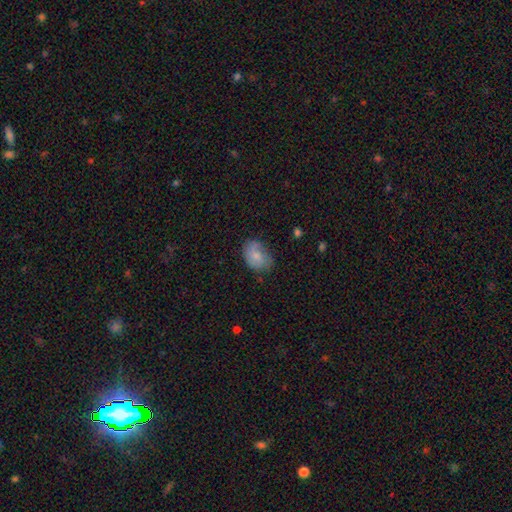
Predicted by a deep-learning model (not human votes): A smooth galaxy with no disk features (71%) that is in between round and cigar-shaped (78%).

Vote fractions:
- Smooth or featured? smooth: 71% / featured or disk: 21% / star or artifact: 8%
- How rounded? in between: 78% / round: 21% / cigar-shaped: 1%
- Merging? none: 59% / minor disturbance: 30% / major disturbance: 9% / merger: 2%